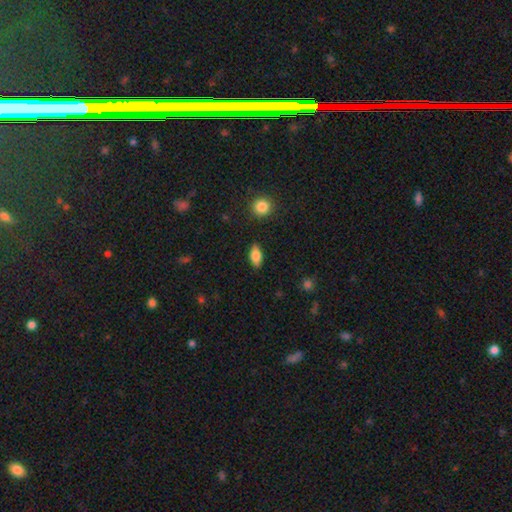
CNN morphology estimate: Smooth or featured: smooth — 82% (featured or disk — 11%)
How rounded: in between — 88% (cigar-shaped — 7%)
Merging: none — 87% (minor disturbance — 9%)